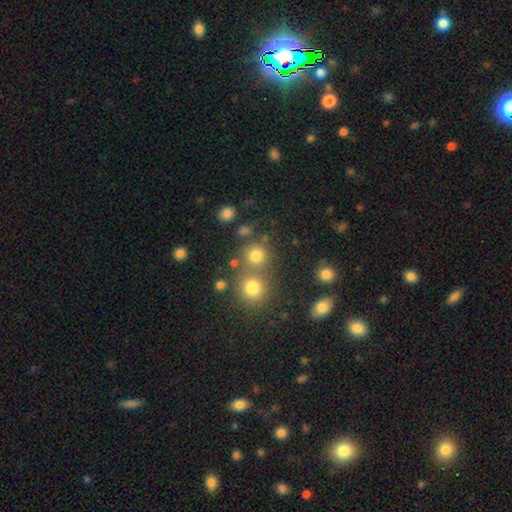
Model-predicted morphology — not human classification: Overall: smooth (77%). How rounded: round (89%). Merging: none (60%; merger 29%).